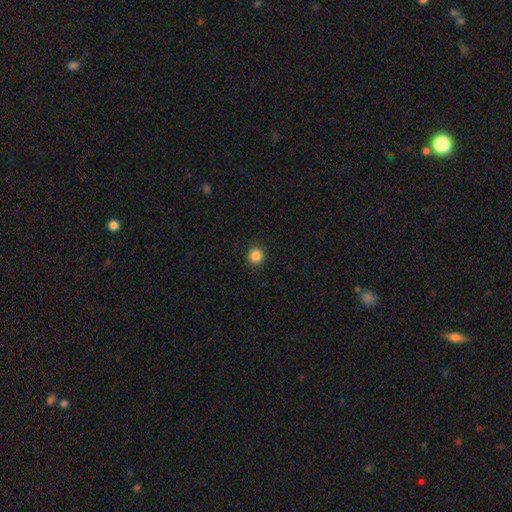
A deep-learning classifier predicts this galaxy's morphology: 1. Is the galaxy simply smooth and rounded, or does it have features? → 86% smooth, 10% star or artifact, 4% featured or disk.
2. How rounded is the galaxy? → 91% round, 8% in between, 1% cigar-shaped.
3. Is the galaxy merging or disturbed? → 89% none, 7% minor disturbance, 2% major disturbance, 1% merger.